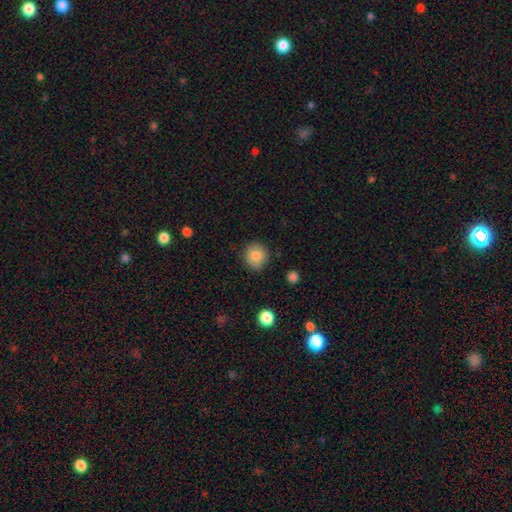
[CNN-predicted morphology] This is clearly a smooth galaxy (85%). How rounded: clearly round (87%). Merging: clearly none (86%).